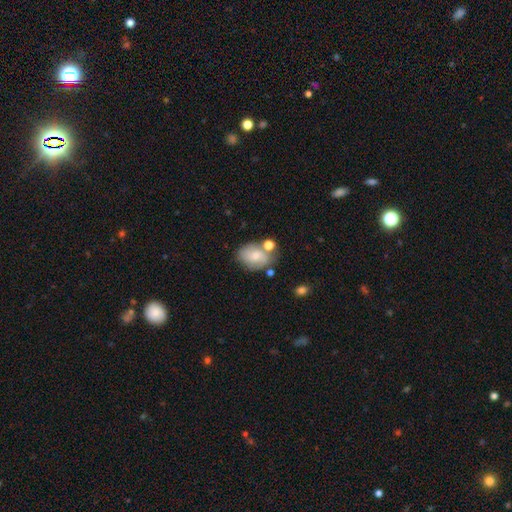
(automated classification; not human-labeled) The model was most divided on "smooth or featured": smooth: 60%, featured or disk: 31%, star or artifact: 9%. More confident: how rounded — in between (66%); merging — none (51%).